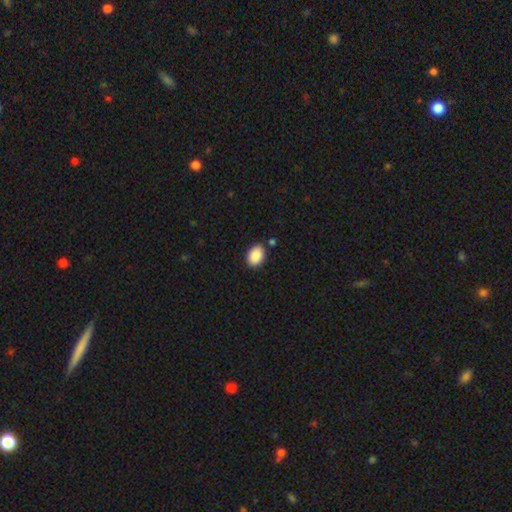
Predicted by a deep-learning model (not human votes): Smooth or featured? Predicted: smooth (p=0.90). How rounded? Predicted: in between (p=0.76). Merging? Predicted: none (p=0.83).